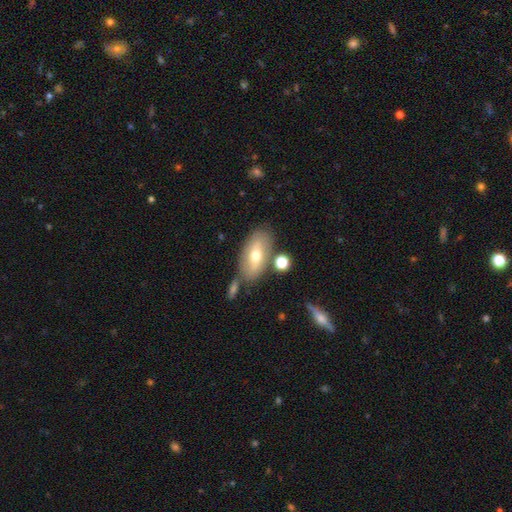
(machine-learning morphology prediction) Smooth or featured? Predicted: smooth (p=0.57). How rounded? Predicted: in between (p=0.90). Merging? Predicted: none (p=0.69).